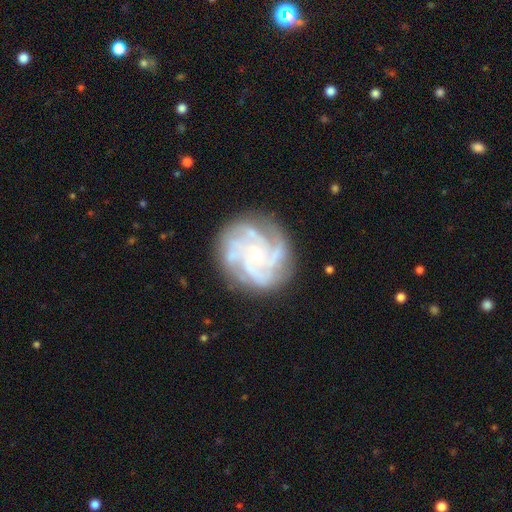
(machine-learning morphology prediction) Overall: featured or disk (88%). Edge-on disk: no (98%). Bar: no (77%). Spiral arms: yes (98%). Spiral arm count: 4 (37%; 3 18%). Spiral winding: tight (61%; medium 33%). Bulge size: small (73%). Merging: none (78%).